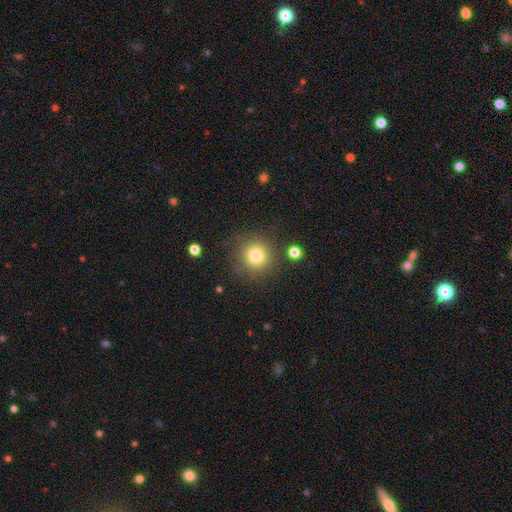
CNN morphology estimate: Smooth or featured? smooth (79%)
How rounded? round (94%)
Merging? none (83%)